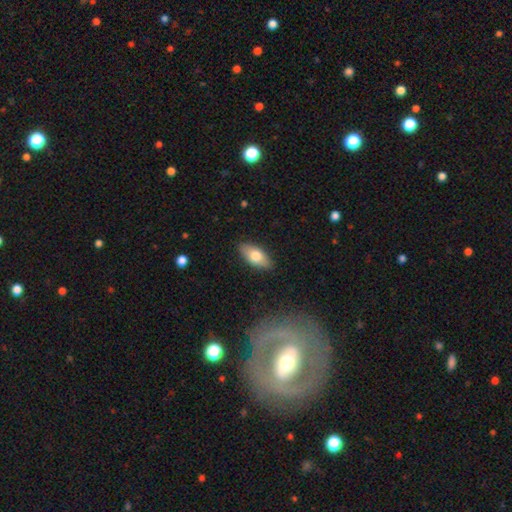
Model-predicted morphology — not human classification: A smooth galaxy with no disk features (74%) that is in between round and cigar-shaped (88%).

Vote fractions:
- Smooth or featured? smooth: 74% / featured or disk: 20% / star or artifact: 6%
- How rounded? in between: 88% / cigar-shaped: 9% / round: 3%
- Merging? none: 87% / minor disturbance: 10% / major disturbance: 2% / merger: 1%